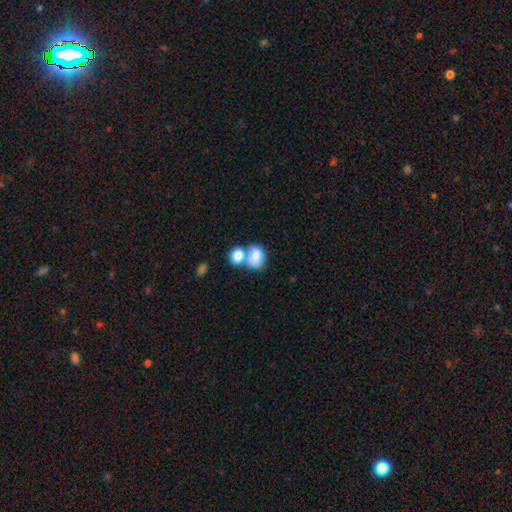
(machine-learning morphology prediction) This is likely a smooth galaxy (79%). How rounded: possibly in between (59%). Merging: likely merger (61%).